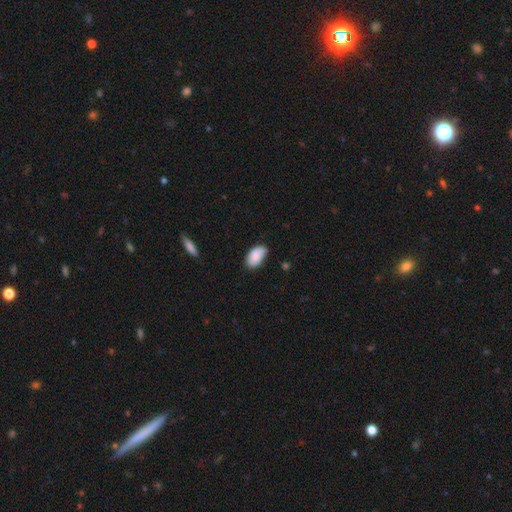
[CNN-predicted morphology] smooth 86%, featured or disk 7%, star or artifact 7%. Down the decision tree: how rounded — in between (94%); merging — none (67%).